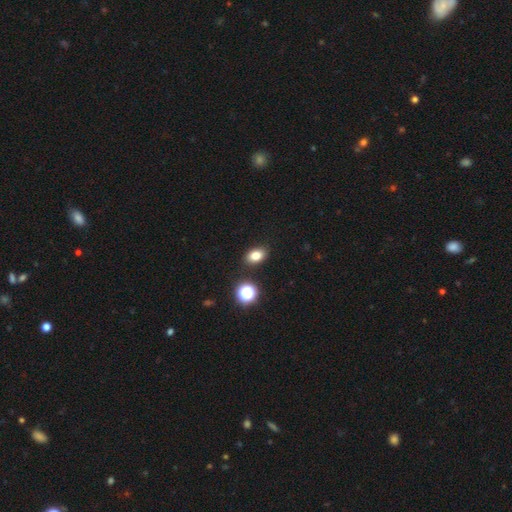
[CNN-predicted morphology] smooth-or-featured: smooth: 79% | star or artifact: 13% | featured or disk: 8%
  how-rounded: in between: 79% | round: 20% | cigar-shaped: 2%
  merging: none: 87% | minor disturbance: 8% | merger: 3% | major disturbance: 2%